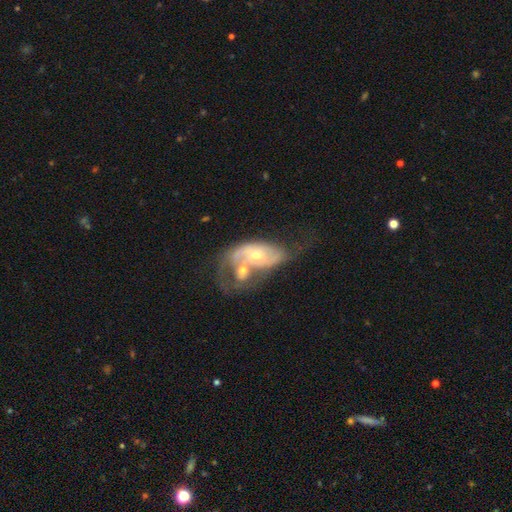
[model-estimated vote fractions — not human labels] This appears to be a featured or disk galaxy (75%) with no bar (69%), 2 (61%) medium (39%) spiral arms (78%) and a moderate central bulge (58%). Merging: merger (59%).